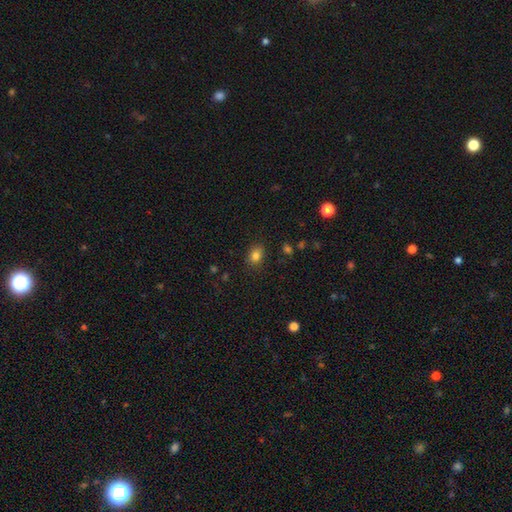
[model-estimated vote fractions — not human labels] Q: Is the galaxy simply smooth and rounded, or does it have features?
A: smooth — 81%.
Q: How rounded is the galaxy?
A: in between — 64%.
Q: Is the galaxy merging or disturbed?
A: none — 85%.